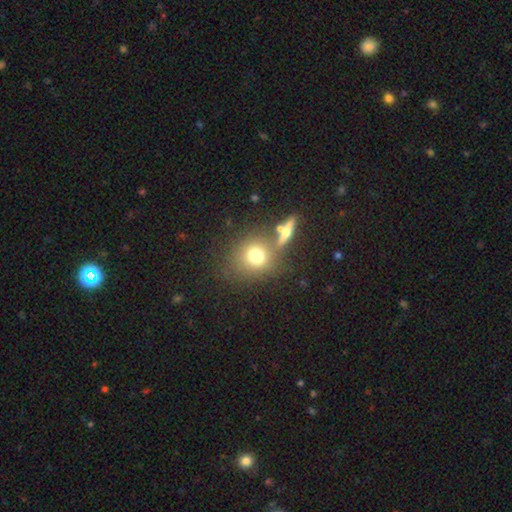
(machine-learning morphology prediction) type=smooth (73%); roundness=round (82%); merging=none (67%).